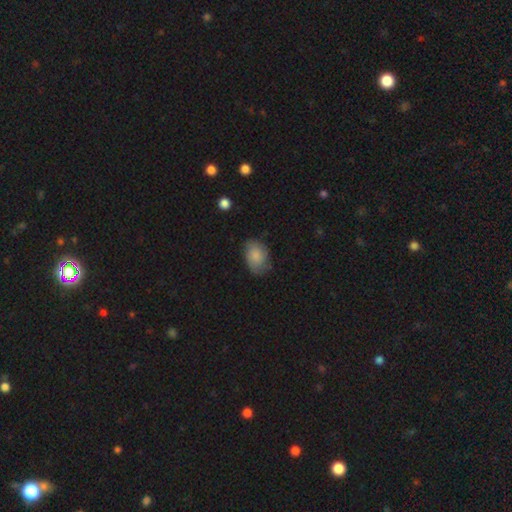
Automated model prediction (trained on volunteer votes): This appears to be a smooth galaxy with no disk features (78%) that is in between round and cigar-shaped (80%). Merging: none (66%).